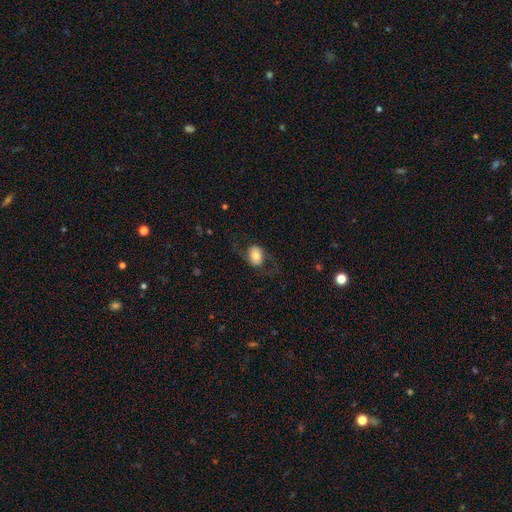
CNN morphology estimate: smooth 58%, featured or disk 34%, star or artifact 8%. Down the decision tree: how rounded — in between (66%); merging — none (64%).